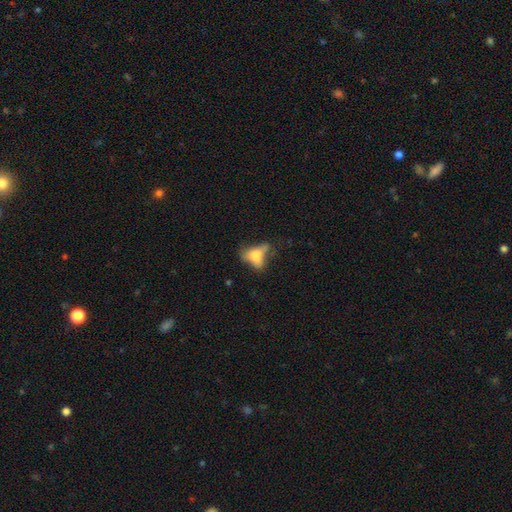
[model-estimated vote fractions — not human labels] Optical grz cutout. It shows a smooth galaxy with no disk features (60%) that is in between round and cigar-shaped (81%). Merging: major disturbance (34%).